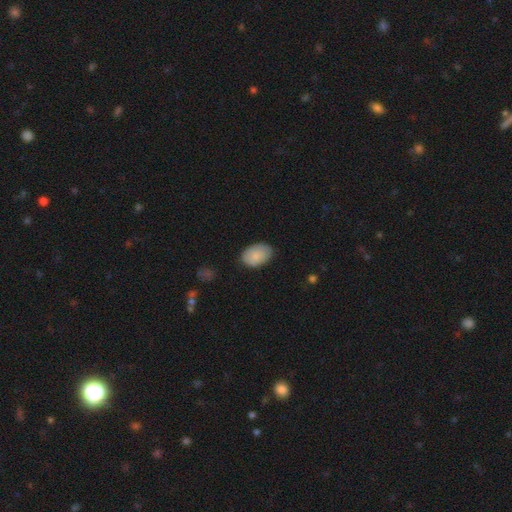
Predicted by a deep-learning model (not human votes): Smooth or featured? smooth (85%)
How rounded? in between (87%)
Merging? none (81%)